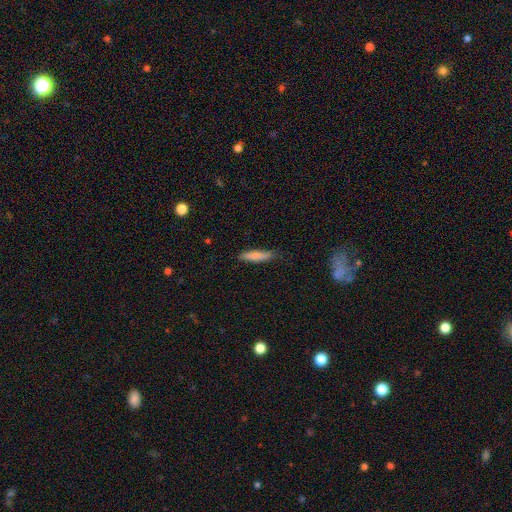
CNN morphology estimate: A smooth galaxy with no disk features (73%) that is cigar-shaped (81%).

Vote fractions:
- Smooth or featured? smooth: 73% / featured or disk: 21% / star or artifact: 6%
- How rounded? cigar-shaped: 81% / in between: 18% / round: 2%
- Merging? none: 81% / minor disturbance: 15% / major disturbance: 2% / merger: 1%